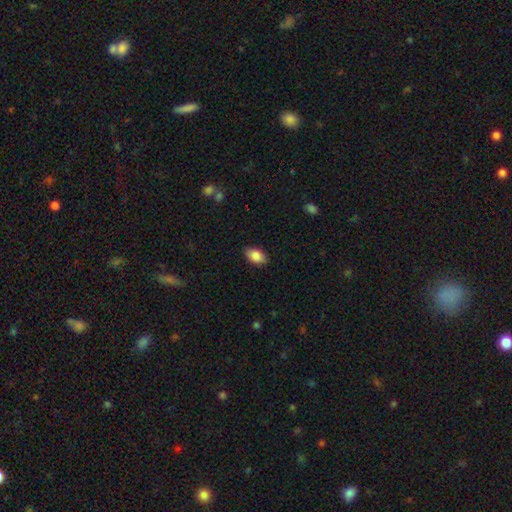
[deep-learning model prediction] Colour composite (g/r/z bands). It shows a smooth galaxy with no disk features (86%) that is in between round and cigar-shaped (92%). Merging: none (85%).